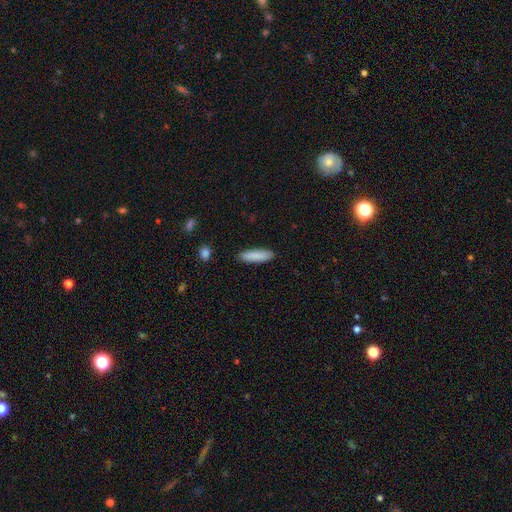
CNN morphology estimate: A smooth galaxy with no disk features (88%) that is cigar-shaped (65%).

Vote fractions:
- Smooth or featured? smooth: 88% / featured or disk: 6% / star or artifact: 6%
- How rounded? cigar-shaped: 65% / in between: 33% / round: 1%
- Merging? none: 89% / minor disturbance: 8% / major disturbance: 2% / merger: 1%